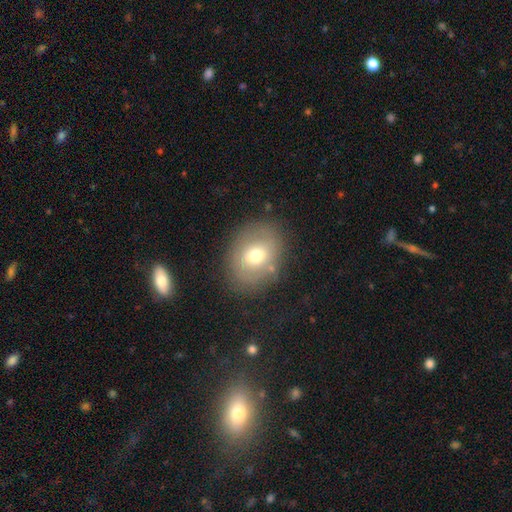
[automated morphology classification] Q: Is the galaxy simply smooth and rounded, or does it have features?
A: smooth — 62%.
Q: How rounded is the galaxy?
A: in between — 57%.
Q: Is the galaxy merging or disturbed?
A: none — 77%.